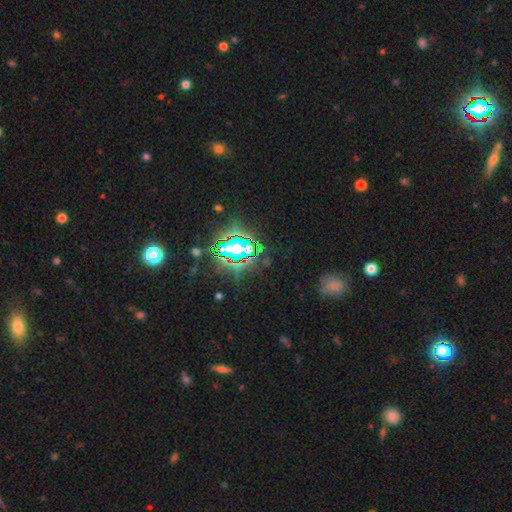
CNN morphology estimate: Smooth or featured? star or artifact (81%)